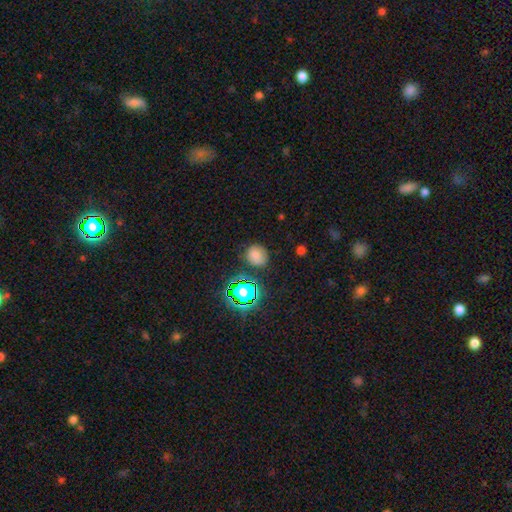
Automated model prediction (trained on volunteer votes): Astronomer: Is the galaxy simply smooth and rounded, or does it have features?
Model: smooth — 71%.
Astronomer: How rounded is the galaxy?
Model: round — 72%.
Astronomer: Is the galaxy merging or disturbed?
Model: none — 74%.